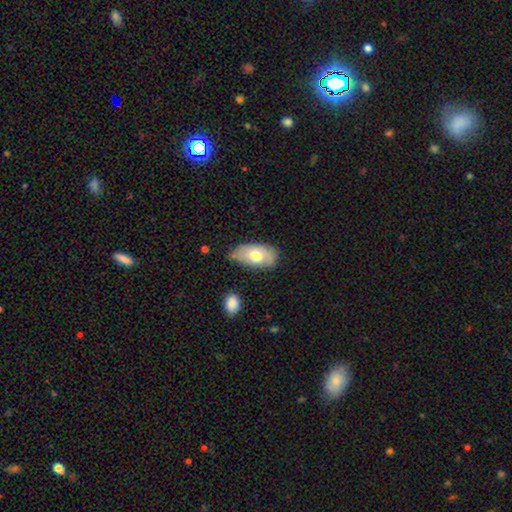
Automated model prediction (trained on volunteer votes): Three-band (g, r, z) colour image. It shows a smooth galaxy with no disk features (66%) that is in between round and cigar-shaped (93%). Merging: none (56%).